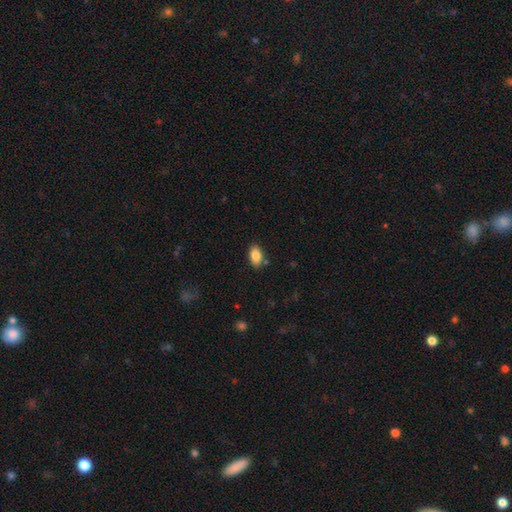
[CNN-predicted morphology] A smooth galaxy with no disk features (85%) that is in between round and cigar-shaped (92%).

Vote fractions:
- Smooth or featured? smooth: 85% / star or artifact: 7% / featured or disk: 7%
- How rounded? in between: 92% / round: 5% / cigar-shaped: 3%
- Merging? none: 83% / minor disturbance: 11% / merger: 4% / major disturbance: 2%